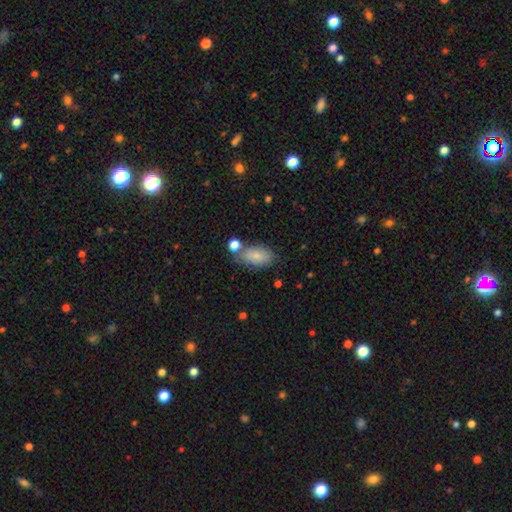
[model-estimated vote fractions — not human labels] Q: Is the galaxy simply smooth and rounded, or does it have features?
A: smooth — 79%.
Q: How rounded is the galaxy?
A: in between — 91%.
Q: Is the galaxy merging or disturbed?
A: none — 60%.